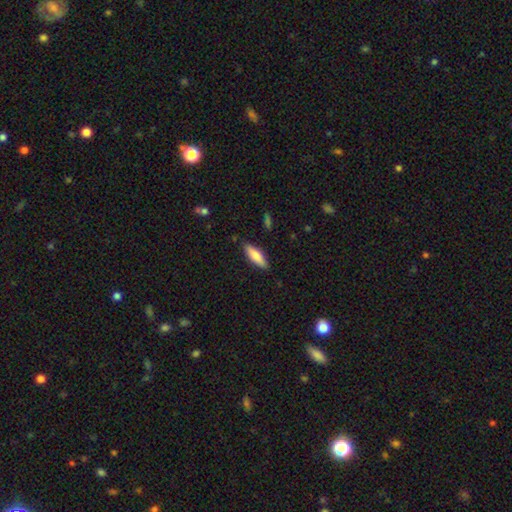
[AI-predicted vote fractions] Smooth or featured? smooth (76%)
How rounded? cigar-shaped (52%)
Merging? none (87%)